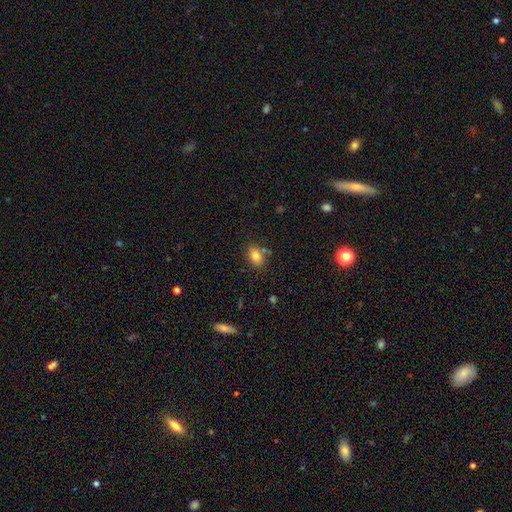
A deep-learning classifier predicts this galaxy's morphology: Smooth or featured?
  - smooth: 80% *
  - star or artifact: 10%
  - featured or disk: 10%
How rounded?
  - in between: 79% *
  - round: 19%
  - cigar-shaped: 2%
Merging?
  - none: 75% *
  - minor disturbance: 13%
  - merger: 9%
  - major disturbance: 3%